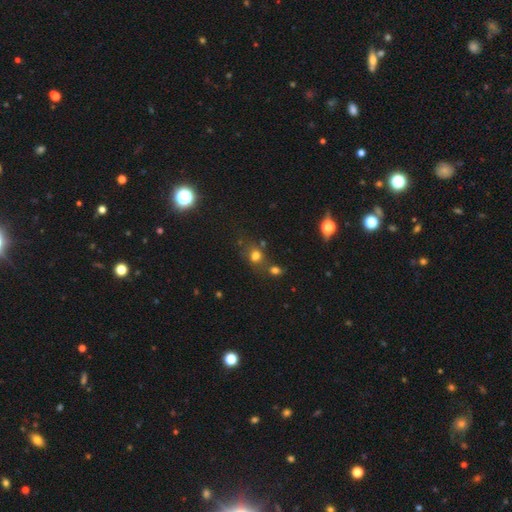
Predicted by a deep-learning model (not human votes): smooth 70%, star or artifact 20%, featured or disk 10%. Down the decision tree: how rounded — round (65%); merging — none (55%).